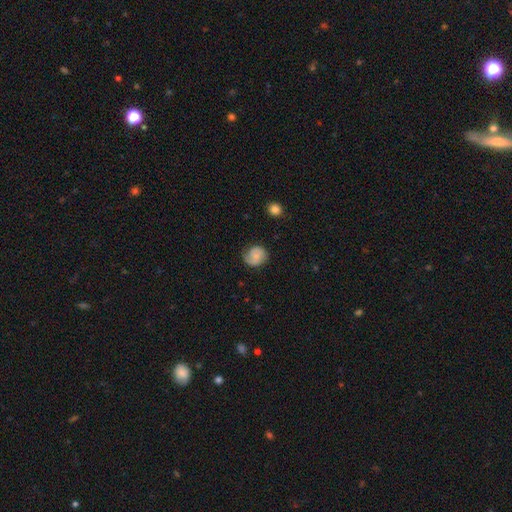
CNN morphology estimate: This appears to be a smooth galaxy with no disk features (52%) that is round (73%). Merging: none (72%).